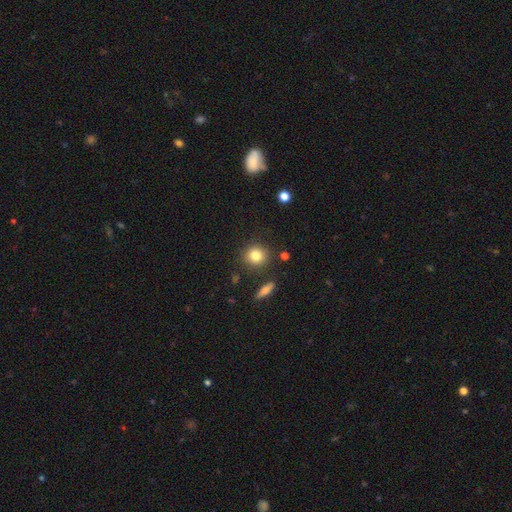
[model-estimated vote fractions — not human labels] This appears to be a smooth galaxy with no disk features (82%) that is round (84%). Merging: none (86%).